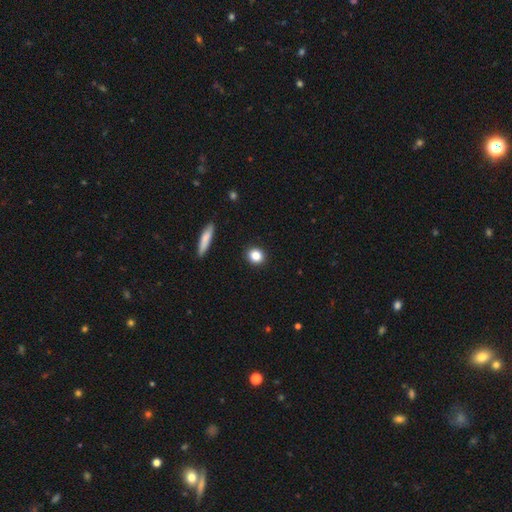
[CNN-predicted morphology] smooth 84%, star or artifact 10%, featured or disk 6%. Down the decision tree: how rounded — round (78%); merging — none (92%).